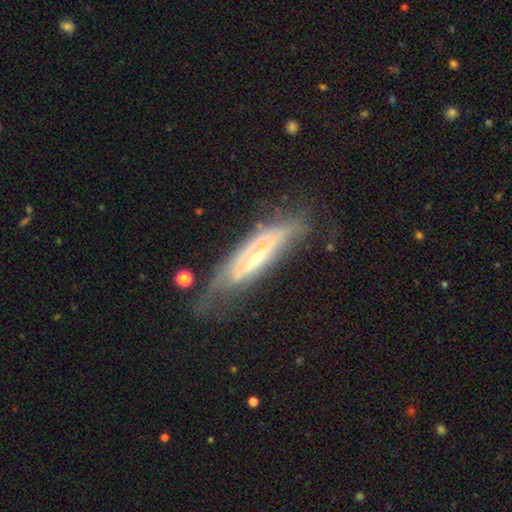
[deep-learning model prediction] The model was most divided on "edge-on disk": no: 56%, yes: 44%. Remaining: smooth or featured — featured or disk (69%); merging — none (44%).